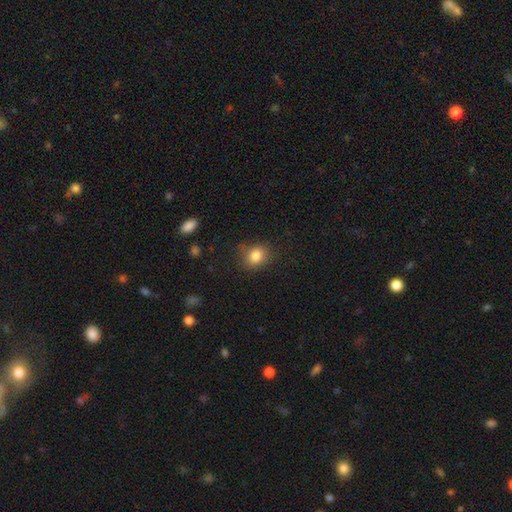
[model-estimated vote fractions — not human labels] Smooth or featured: smooth — 83% (star or artifact — 11%)
How rounded: round — 61% (in between — 38%)
Merging: none — 76% (minor disturbance — 18%)